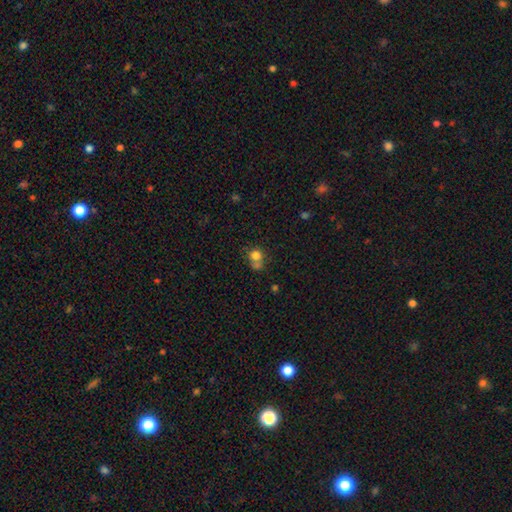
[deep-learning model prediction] Overall: smooth (76%). How rounded: round (77%). Merging: none (40%; merger 39%).